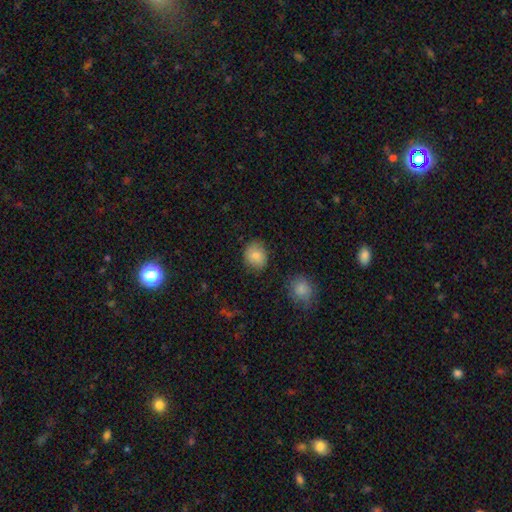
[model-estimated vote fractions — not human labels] Smooth or featured: smooth — 84% (star or artifact — 8%)
How rounded: round — 61% (in between — 38%)
Merging: none — 82% (minor disturbance — 13%)